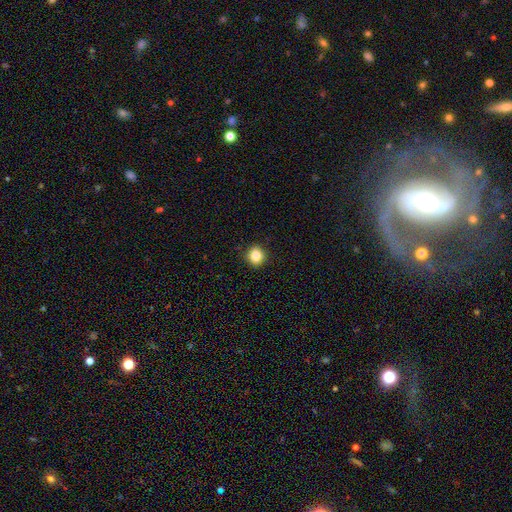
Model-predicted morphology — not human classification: type=smooth (85%); roundness=round (88%); merging=none (92%).